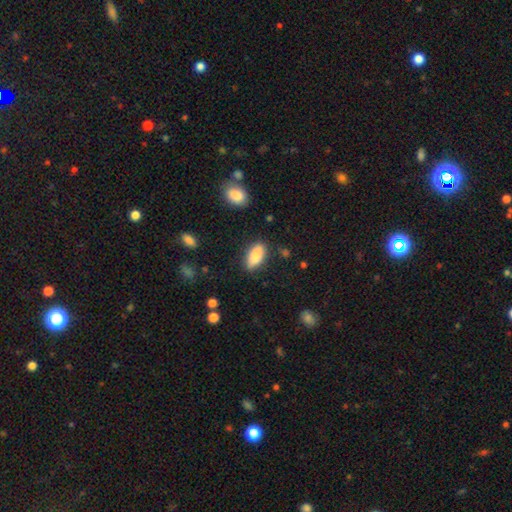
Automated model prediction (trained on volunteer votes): Overall: smooth (83%). How rounded: in between (78%). Merging: none (83%).